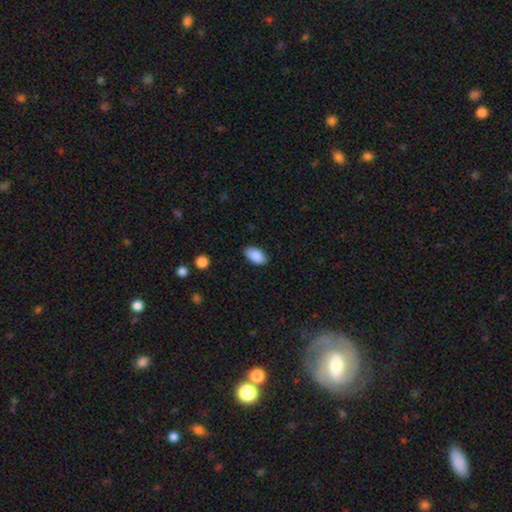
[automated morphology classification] This is clearly a smooth galaxy (88%). How rounded: clearly in between (94%). Merging: clearly none (85%).